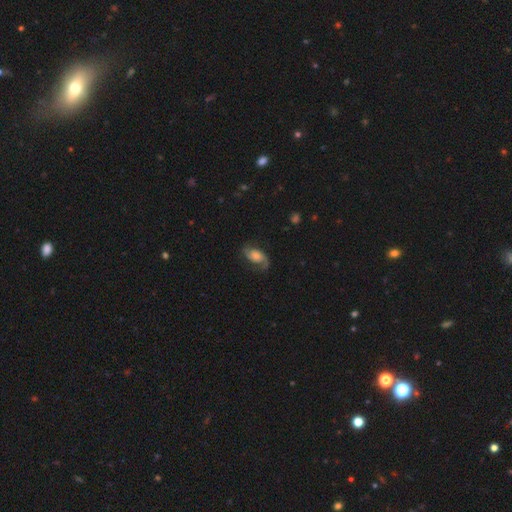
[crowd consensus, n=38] Smooth or featured: featured or disk — 74% (smooth — 18%)
Edge-on disk: no — 96% (yes — 4%)
Bar: no — 89% (weak — 7%)
Spiral arms: yes — 100%
Spiral winding: medium — 44% (tied with loose — 44%)
Spiral arm count: 2 — 96% (1 — 4%)
Bulge size: moderate — 41% (large — 22%)
Merging: none — 86% (minor disturbance — 6%)